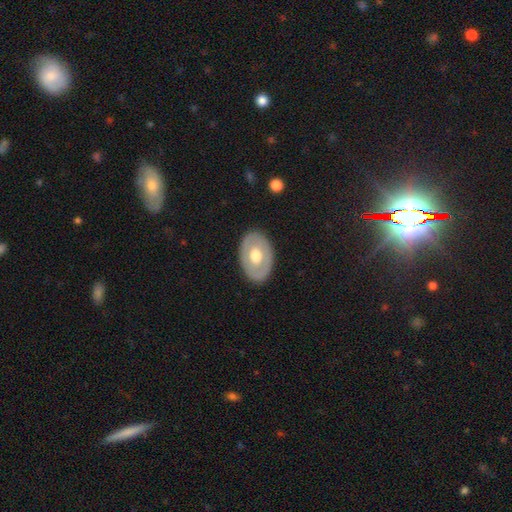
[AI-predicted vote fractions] Smooth or featured?
  - featured or disk: 49% *
  - smooth: 46%
  - star or artifact: 5%
Merging?
  - none: 86% *
  - minor disturbance: 10%
  - major disturbance: 3%
  - merger: 1%